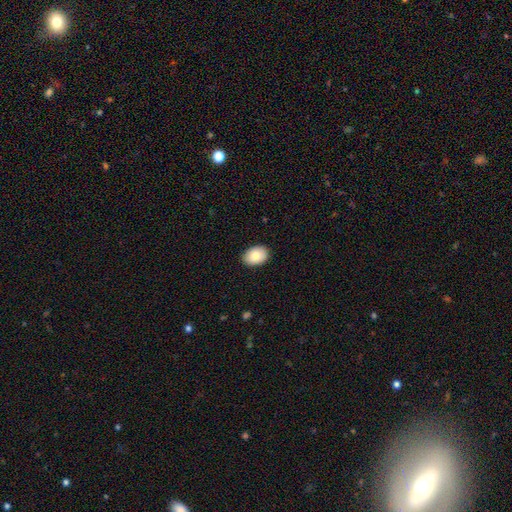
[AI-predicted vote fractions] smooth-or-featured: smooth: 85% | featured or disk: 8% | star or artifact: 7%
  how-rounded: in between: 82% | round: 17% | cigar-shaped: 1%
  merging: none: 89% | minor disturbance: 8% | major disturbance: 2% | merger: 1%